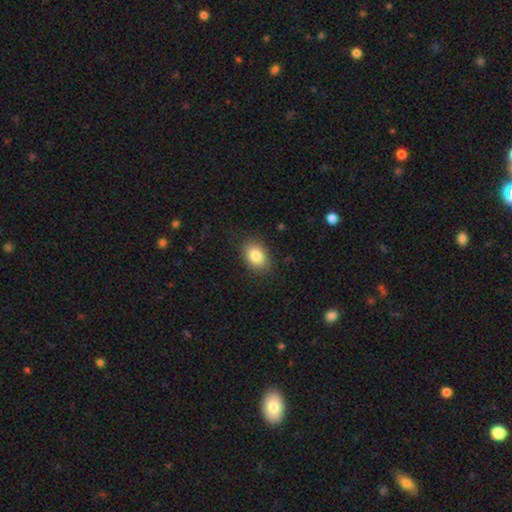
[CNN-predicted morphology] smooth-or-featured: smooth: 85% | star or artifact: 8% | featured or disk: 8%
  how-rounded: in between: 80% | round: 19% | cigar-shaped: 1%
  merging: none: 84% | minor disturbance: 12% | major disturbance: 3% | merger: 1%